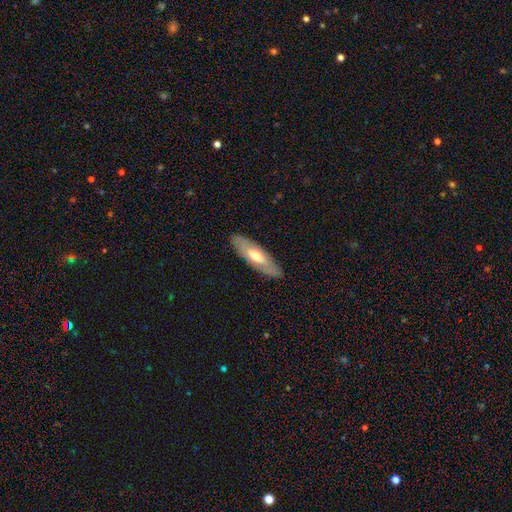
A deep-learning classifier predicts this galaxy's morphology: Overall: smooth (47%, tied with featured or disk). Merging: none (86%).